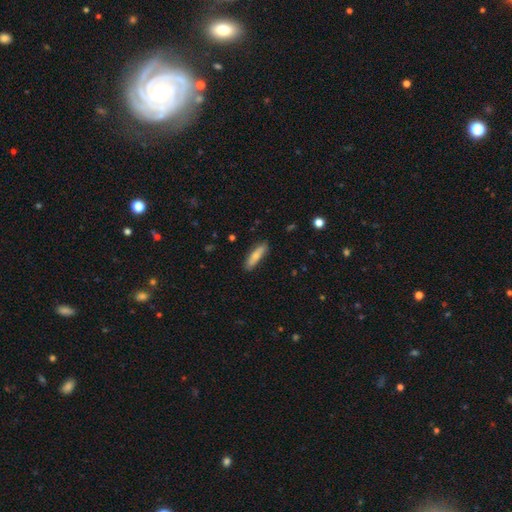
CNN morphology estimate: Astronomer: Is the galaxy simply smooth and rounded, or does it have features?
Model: smooth — 69%.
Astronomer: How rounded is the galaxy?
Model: cigar-shaped — 65%.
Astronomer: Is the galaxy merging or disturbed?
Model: none — 83%.